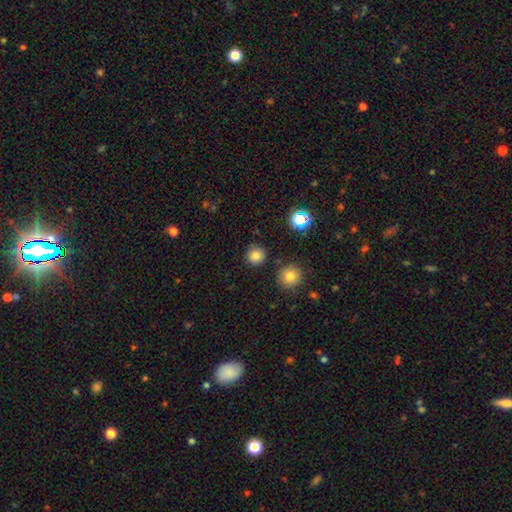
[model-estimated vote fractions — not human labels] Overall: smooth (80%). How rounded: round (93%). Merging: none (87%).